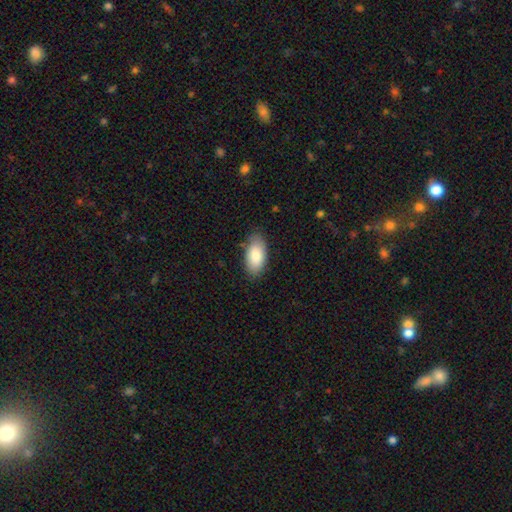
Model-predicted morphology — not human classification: Smooth or featured?
  - smooth: 85% *
  - featured or disk: 9%
  - star or artifact: 6%
How rounded?
  - in between: 94% *
  - cigar-shaped: 3%
  - round: 2%
Merging?
  - none: 79% *
  - minor disturbance: 16%
  - major disturbance: 3%
  - merger: 1%